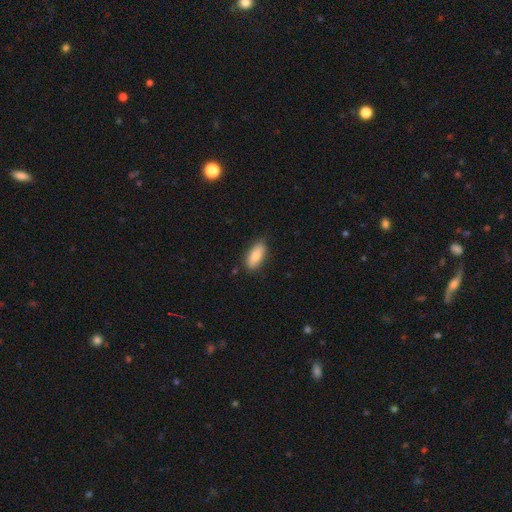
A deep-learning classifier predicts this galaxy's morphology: This appears to be a smooth galaxy with no disk features (82%) that is in between round and cigar-shaped (82%). Merging: none (82%).